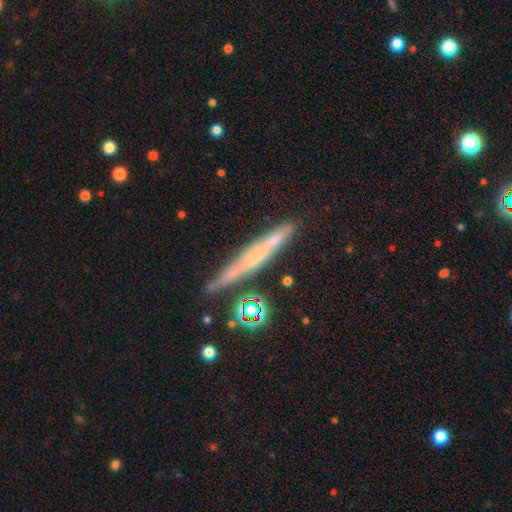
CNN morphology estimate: type=featured or disk (49%); merging=none (77%).